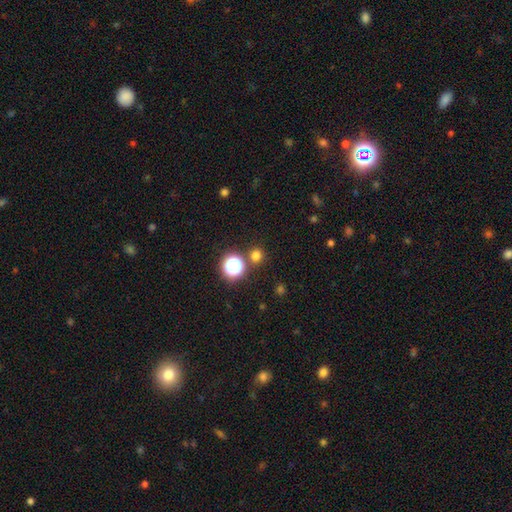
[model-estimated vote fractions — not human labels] Q: Smooth or featured?
A: smooth (72%); runner-up: star or artifact (23%)
Q: How rounded?
A: round (91%); runner-up: in between (8%)
Q: Merging?
A: none (82%); runner-up: merger (8%)